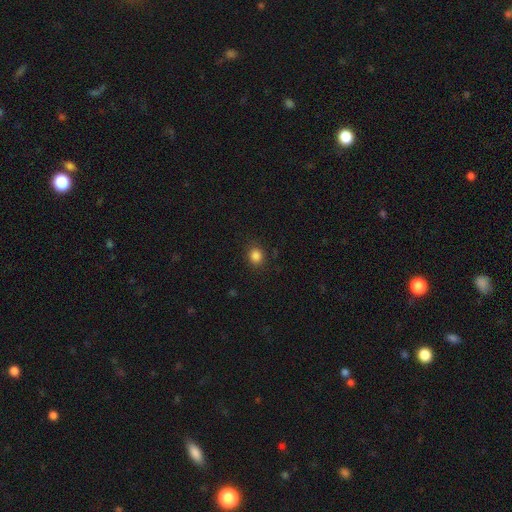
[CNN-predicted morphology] type=smooth (85%); roundness=round (78%); merging=none (87%).